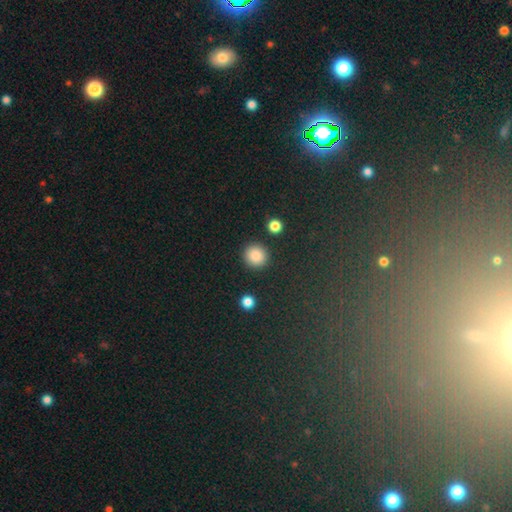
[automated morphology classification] Q: Smooth or featured?
A: smooth (87%); runner-up: star or artifact (9%)
Q: How rounded?
A: round (93%); runner-up: in between (6%)
Q: Merging?
A: none (90%); runner-up: minor disturbance (6%)